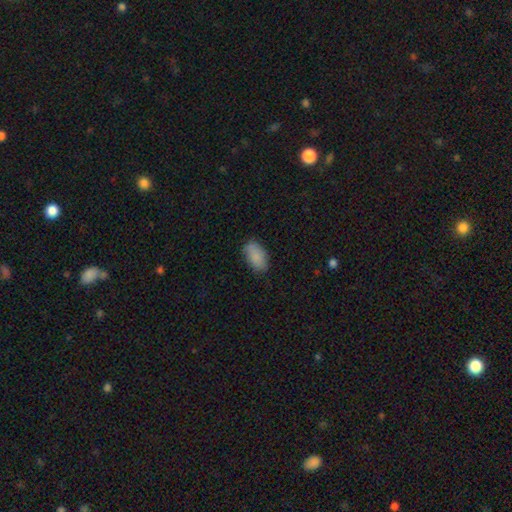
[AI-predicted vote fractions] The model was most divided on "merging": none: 77%, minor disturbance: 18%, major disturbance: 4%, merger: 1%. More confident: how rounded — in between (94%); smooth or featured — smooth (86%).